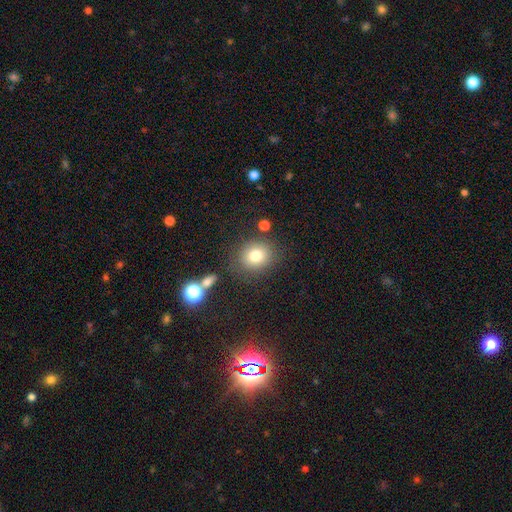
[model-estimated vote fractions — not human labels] Overall: smooth (78%). How rounded: round (70%). Merging: none (78%).